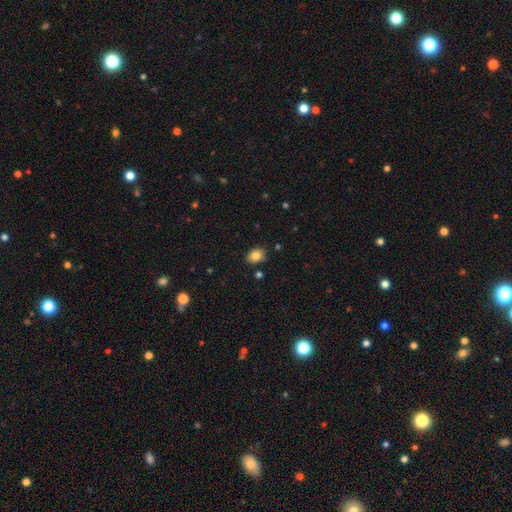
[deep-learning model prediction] Smooth or featured?
  - smooth: 83% *
  - star or artifact: 10%
  - featured or disk: 7%
How rounded?
  - in between: 62% *
  - round: 37%
  - cigar-shaped: 1%
Merging?
  - none: 85% *
  - minor disturbance: 11%
  - merger: 2%
  - major disturbance: 2%